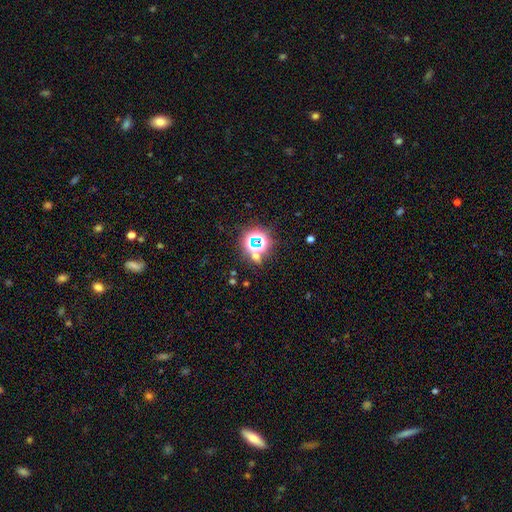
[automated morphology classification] type=star or artifact (64%).